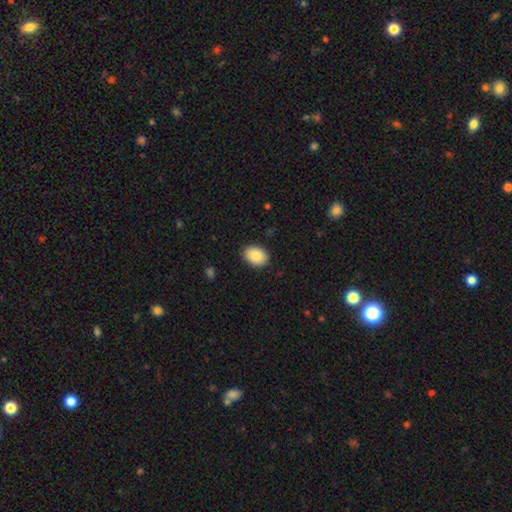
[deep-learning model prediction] This appears to be a smooth galaxy with no disk features (88%) that is in between round and cigar-shaped (76%). Merging: none (89%).